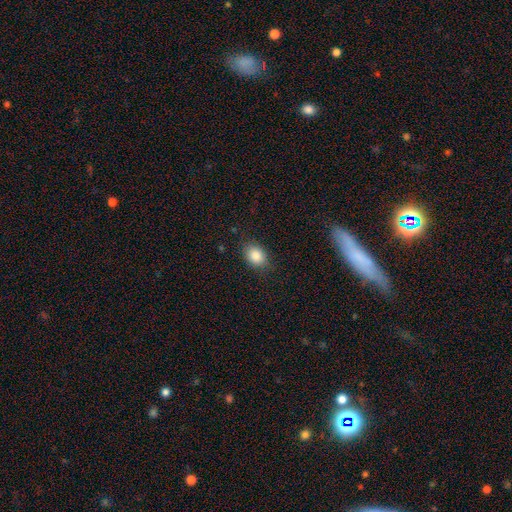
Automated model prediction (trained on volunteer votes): This appears to be a smooth galaxy with no disk features (86%) that is in between round and cigar-shaped (67%). Merging: none (84%).